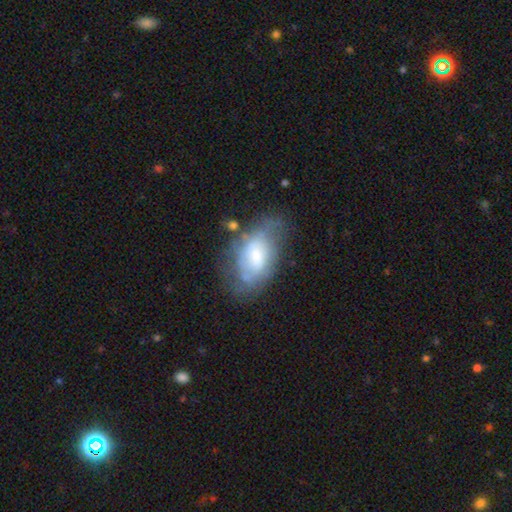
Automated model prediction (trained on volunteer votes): Overall: featured or disk (47%; smooth 45%). Merging: none (48%; minor disturbance 29%).